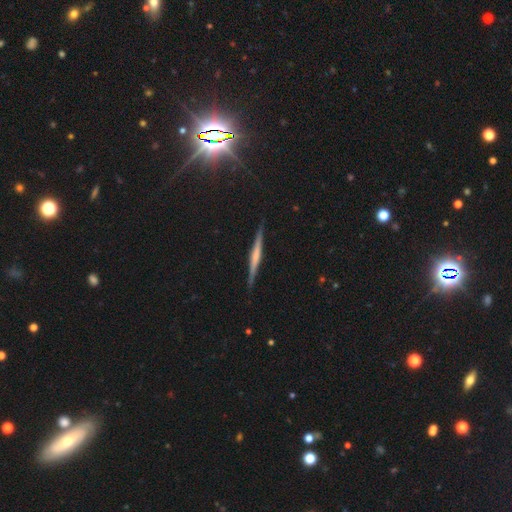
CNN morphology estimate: This appears to be a featured or disk galaxy (65%) viewed edge-on (98%) with no central bulge (41%). Merging: none (90%).